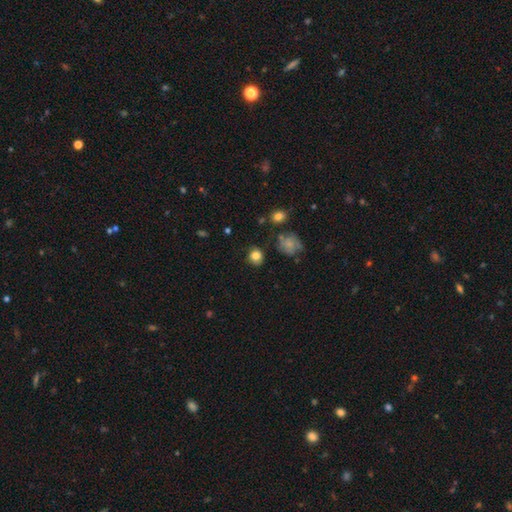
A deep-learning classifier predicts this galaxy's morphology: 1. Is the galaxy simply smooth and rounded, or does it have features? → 82% smooth, 11% star or artifact, 7% featured or disk.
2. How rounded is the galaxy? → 81% round, 18% in between, 1% cigar-shaped.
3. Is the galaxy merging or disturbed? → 80% none, 14% minor disturbance, 4% major disturbance, 3% merger.